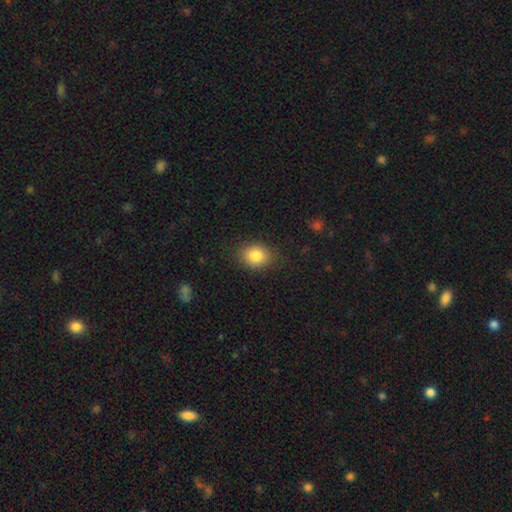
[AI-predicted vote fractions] Smooth or featured? smooth (85%)
How rounded? in between (53%)
Merging? none (84%)